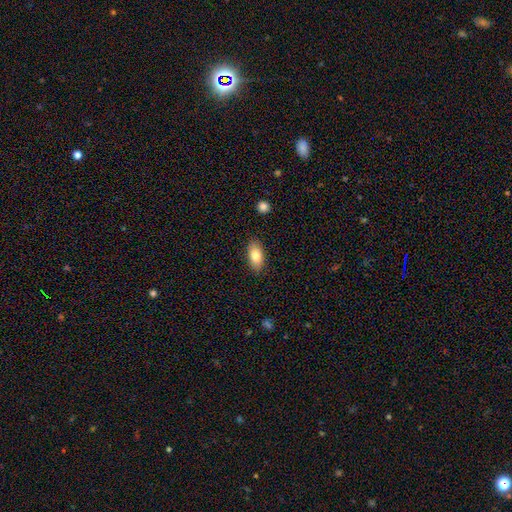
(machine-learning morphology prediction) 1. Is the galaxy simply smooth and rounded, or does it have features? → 82% smooth, 11% featured or disk, 7% star or artifact.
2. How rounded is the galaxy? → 90% in between, 7% cigar-shaped, 3% round.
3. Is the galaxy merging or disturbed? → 87% none, 9% minor disturbance, 2% major disturbance, 1% merger.